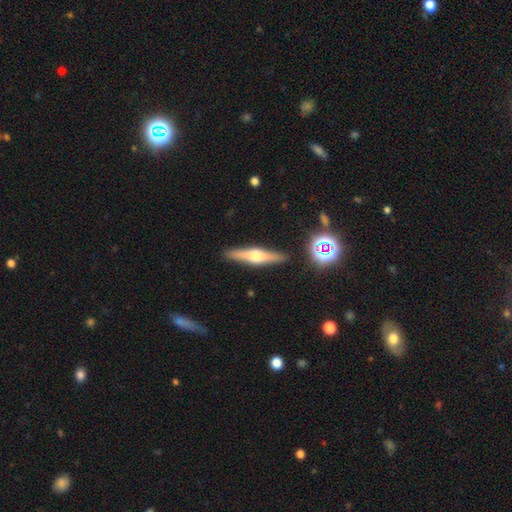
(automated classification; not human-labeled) Q: Smooth or featured?
A: featured or disk (63%); runner-up: smooth (29%)
Q: Edge-on disk?
A: yes (96%); runner-up: no (4%)
Q: Edge-on bulge?
A: rounded (91%); runner-up: boxy (6%)
Q: Merging?
A: none (90%); runner-up: minor disturbance (7%)